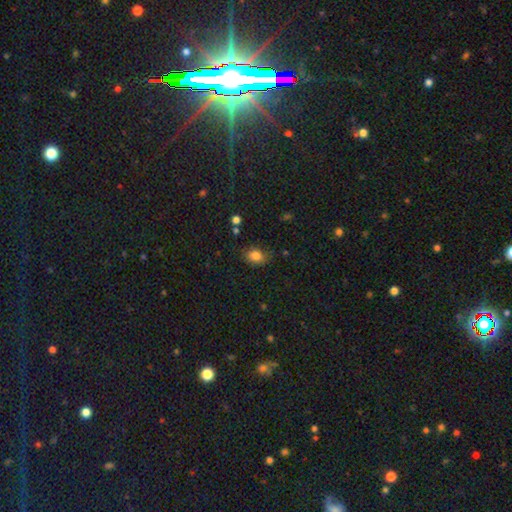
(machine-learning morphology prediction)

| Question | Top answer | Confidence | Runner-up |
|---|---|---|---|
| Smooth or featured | smooth | 83% | star or artifact (11%) |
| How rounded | in between | 71% | round (28%) |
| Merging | none | 73% | minor disturbance (20%) |